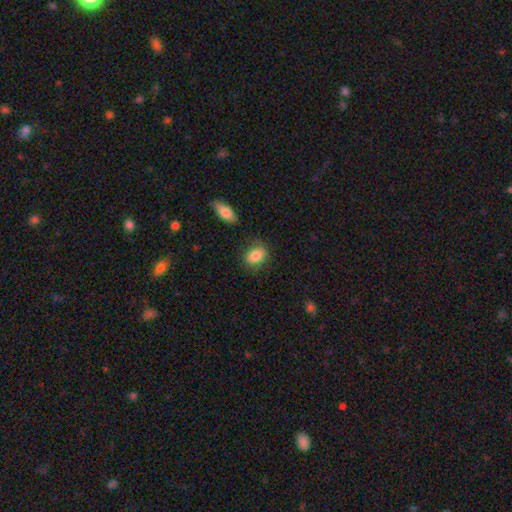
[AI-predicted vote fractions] This is clearly a smooth galaxy (85%). How rounded: likely in between (71%). Merging: likely none (76%).